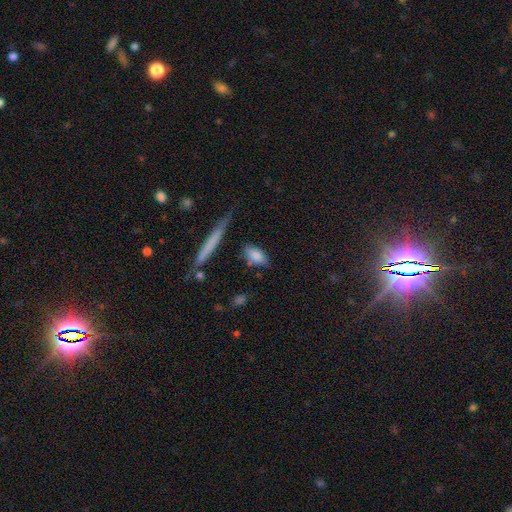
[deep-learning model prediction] This is clearly a smooth galaxy (84%). How rounded: clearly in between (84%). Merging: likely none (71%).